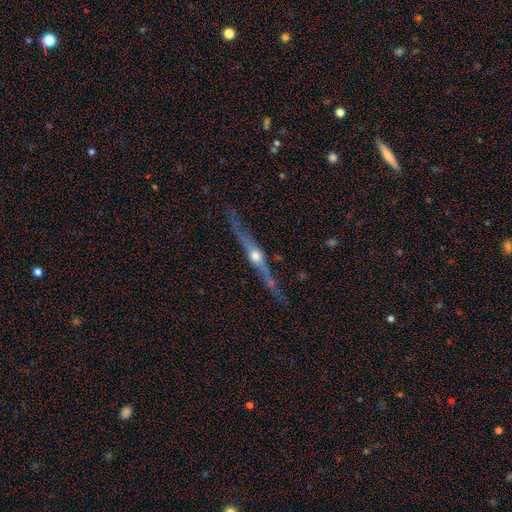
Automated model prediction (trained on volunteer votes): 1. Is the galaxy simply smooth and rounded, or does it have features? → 86% featured or disk, 7% smooth, 7% star or artifact.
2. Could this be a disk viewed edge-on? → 98% yes, 2% no.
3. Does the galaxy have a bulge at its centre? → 93% rounded, 4% none, 3% boxy.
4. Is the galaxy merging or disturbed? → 88% none, 9% minor disturbance, 2% major disturbance, 2% merger.